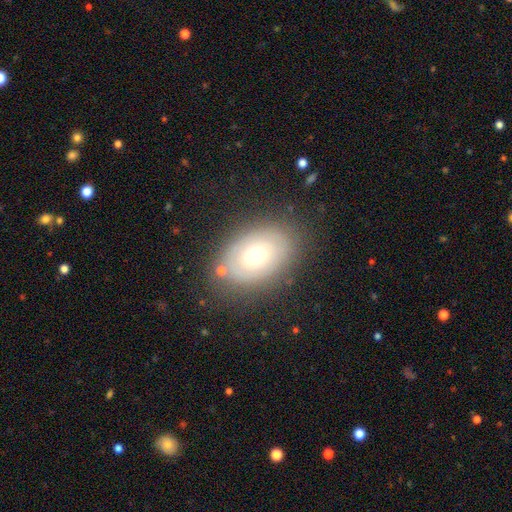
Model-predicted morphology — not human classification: Smooth or featured? Predicted: smooth (p=0.59). How rounded? Predicted: in between (p=0.81). Merging? Predicted: none (p=0.80).